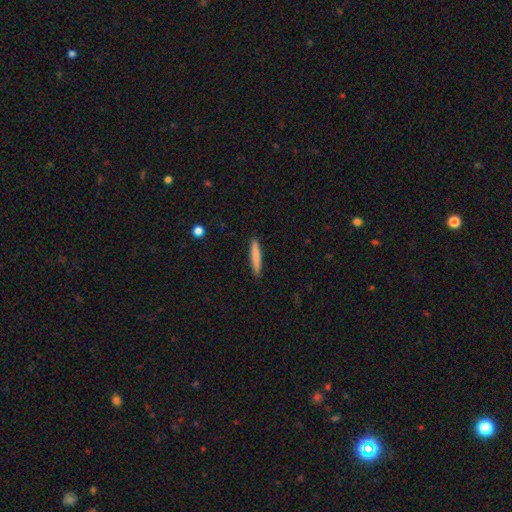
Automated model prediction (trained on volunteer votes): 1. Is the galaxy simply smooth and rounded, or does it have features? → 78% smooth, 16% featured or disk, 6% star or artifact.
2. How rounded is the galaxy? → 93% cigar-shaped, 6% in between, 1% round.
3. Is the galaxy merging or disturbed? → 90% none, 7% minor disturbance, 2% major disturbance, 1% merger.